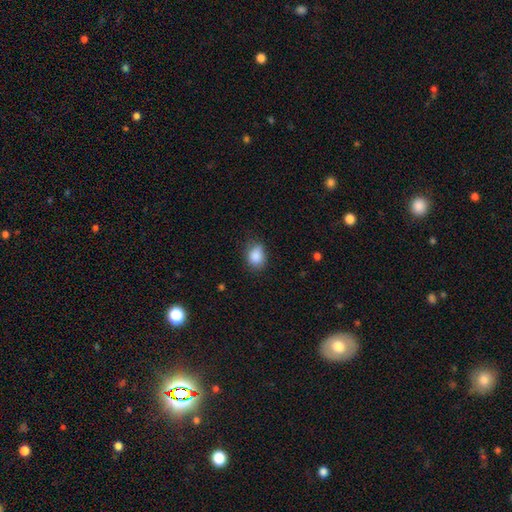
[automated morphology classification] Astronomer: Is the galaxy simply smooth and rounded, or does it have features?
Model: smooth — 87%.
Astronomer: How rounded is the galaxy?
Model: in between — 57% (runner-up: round, 42%).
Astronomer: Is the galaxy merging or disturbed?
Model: none — 68%.